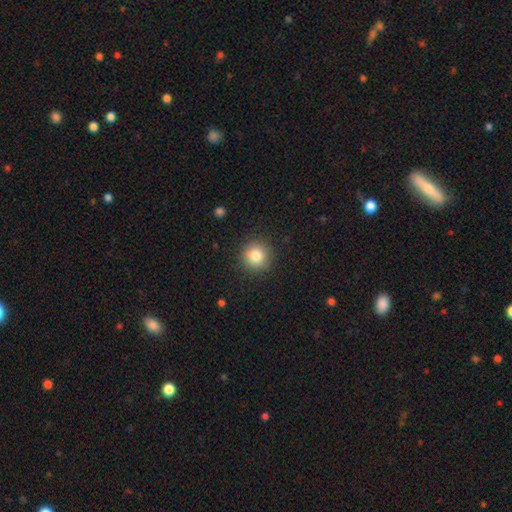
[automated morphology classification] smooth-or-featured: smooth: 82% | star or artifact: 11% | featured or disk: 7%
  how-rounded: round: 93% | in between: 6% | cigar-shaped: 1%
  merging: none: 89% | minor disturbance: 7% | major disturbance: 2% | merger: 1%